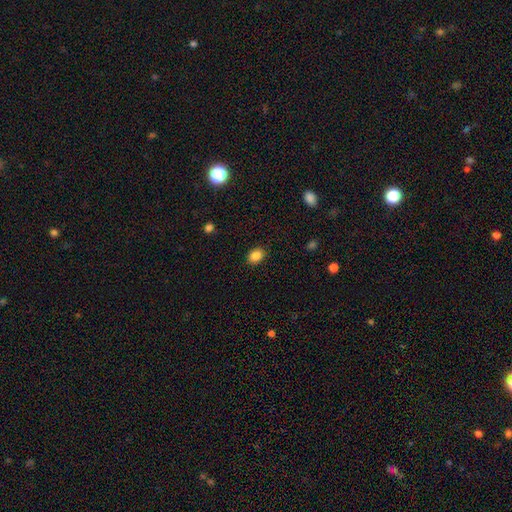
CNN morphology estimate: Smooth or featured? smooth (86%)
How rounded? in between (62%)
Merging? none (88%)